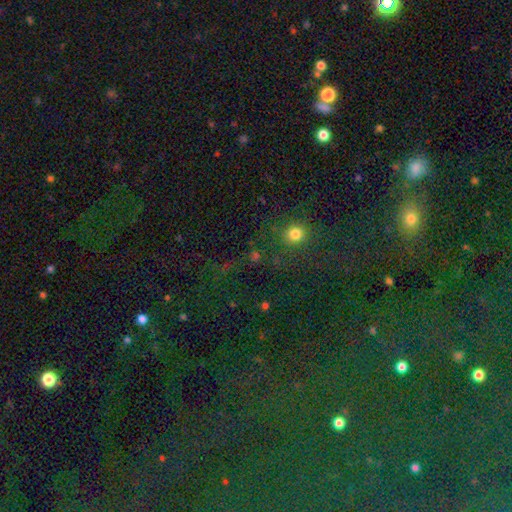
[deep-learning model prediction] smooth_or_featured: smooth (p=0.55) [alt: star or artifact p=0.38]
how_rounded: round (p=0.88) [alt: in between p=0.10]
merging: none (p=0.81) [alt: minor disturbance p=0.08]